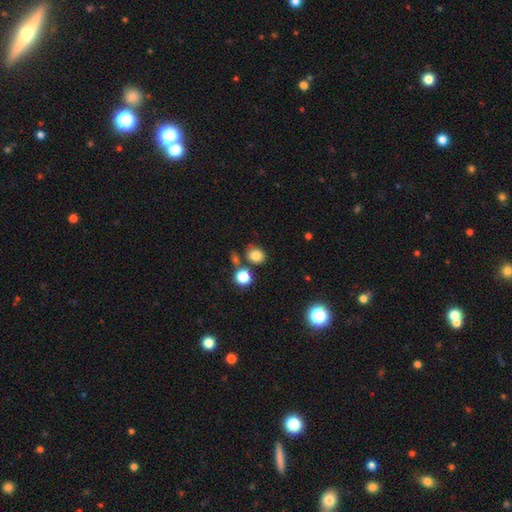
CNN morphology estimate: Smooth or featured? smooth (79%)
How rounded? round (62%)
Merging? none (70%)